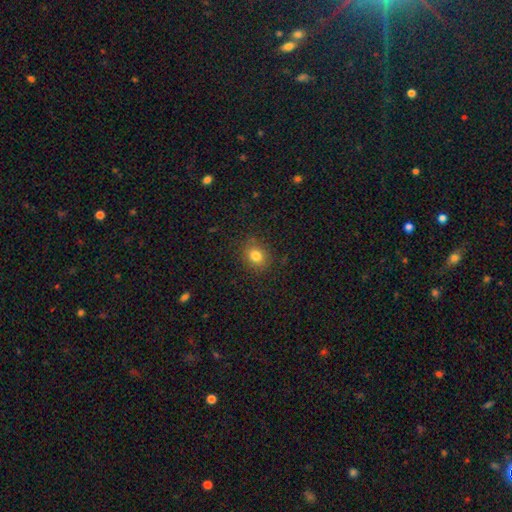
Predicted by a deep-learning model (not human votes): smooth_or_featured: smooth (p=0.81) [alt: star or artifact p=0.13]
how_rounded: round (p=0.69) [alt: in between p=0.30]
merging: none (p=0.86) [alt: minor disturbance p=0.10]